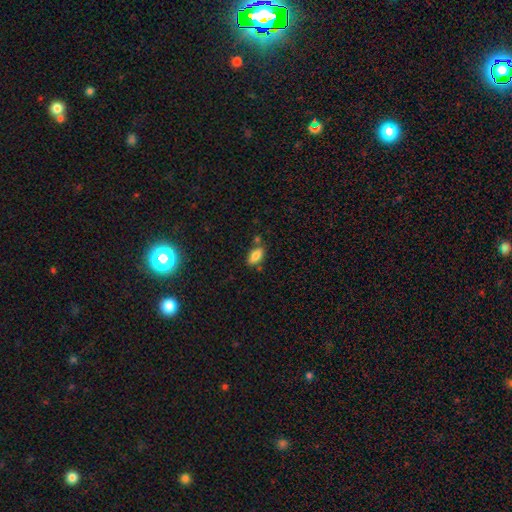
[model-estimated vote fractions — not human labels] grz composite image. It shows a smooth galaxy with no disk features (82%) that is in between round and cigar-shaped (89%). Merging: none (72%).